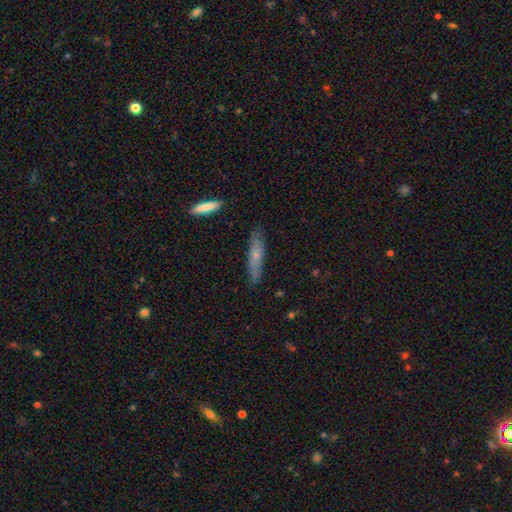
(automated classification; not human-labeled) The model was most divided on "smooth or featured": smooth: 58%, featured or disk: 35%, star or artifact: 7%. More confident: how rounded — cigar-shaped (83%); merging — none (79%).